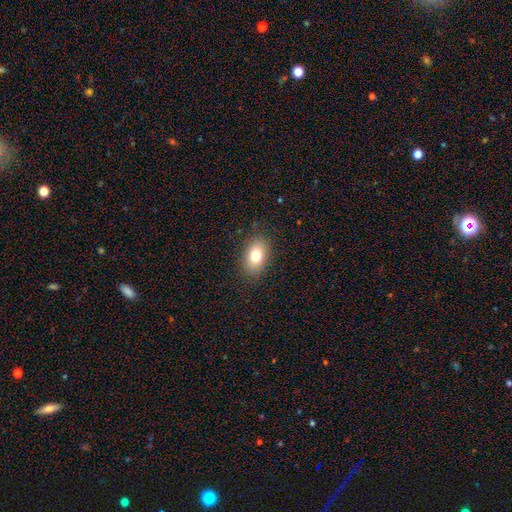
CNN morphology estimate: A smooth galaxy with no disk features (78%) that is in between round and cigar-shaped (87%).

Vote fractions:
- Smooth or featured? smooth: 78% / featured or disk: 13% / star or artifact: 9%
- How rounded? in between: 87% / round: 11% / cigar-shaped: 2%
- Merging? none: 86% / minor disturbance: 10% / major disturbance: 3% / merger: 1%